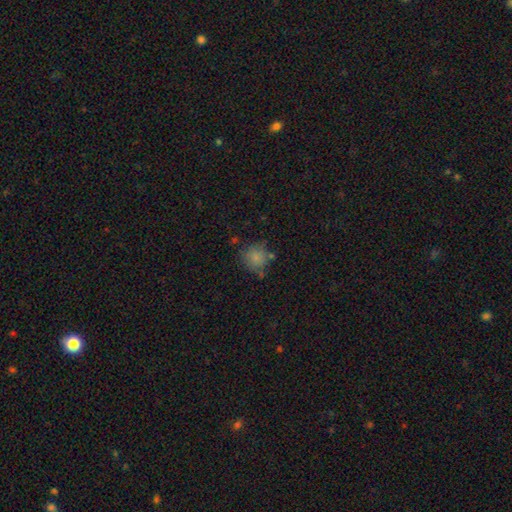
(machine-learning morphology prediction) Smooth or featured? Predicted: smooth (p=0.75). How rounded? Predicted: round (p=0.89). Merging? Predicted: none (p=0.72).